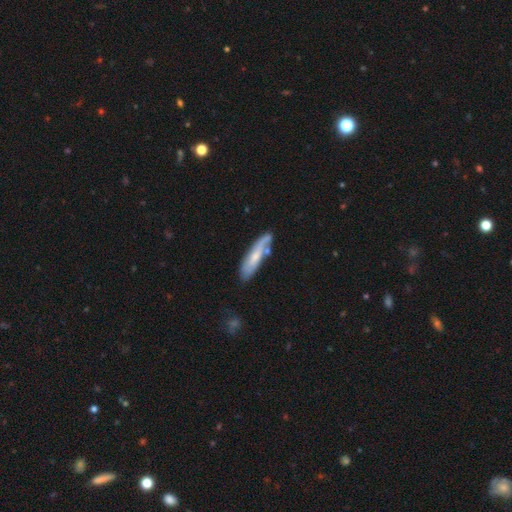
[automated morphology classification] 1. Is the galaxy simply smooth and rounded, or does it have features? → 52% smooth, 42% featured or disk, 6% star or artifact.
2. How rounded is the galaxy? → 69% cigar-shaped, 29% in between, 2% round.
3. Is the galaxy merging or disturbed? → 59% none, 23% minor disturbance, 11% merger, 7% major disturbance.